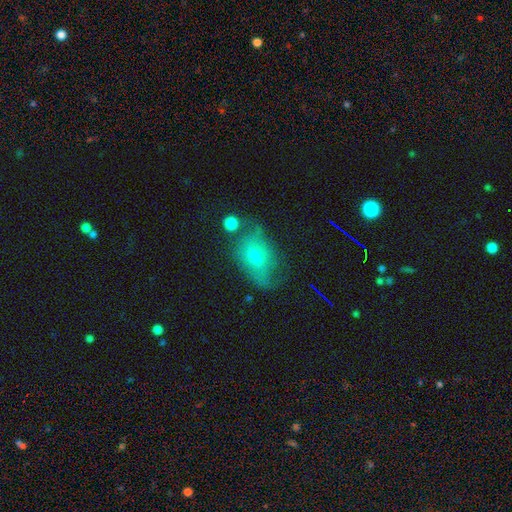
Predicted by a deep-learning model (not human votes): The model was most divided on "smooth or featured": smooth: 51%, featured or disk: 35%, star or artifact: 13%. Remaining: how rounded — in between (79%); merging — none (47%).